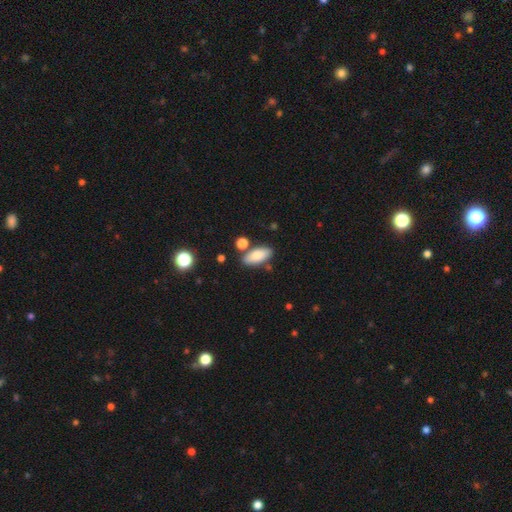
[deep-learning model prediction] A smooth galaxy with no disk features (81%) that is in between round and cigar-shaped (86%).

Vote fractions:
- Smooth or featured? smooth: 81% / featured or disk: 11% / star or artifact: 7%
- How rounded? in between: 86% / cigar-shaped: 11% / round: 3%
- Merging? none: 77% / minor disturbance: 11% / merger: 9% / major disturbance: 3%